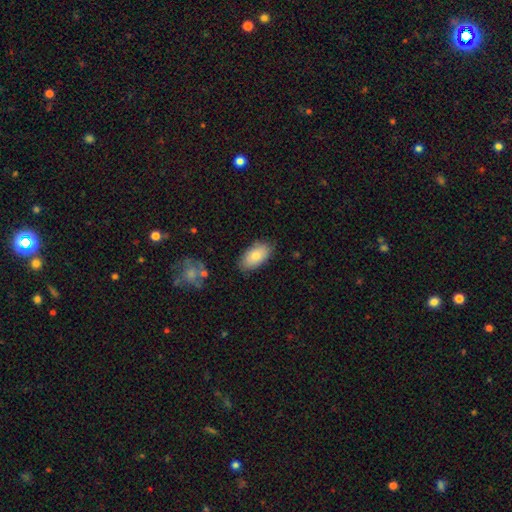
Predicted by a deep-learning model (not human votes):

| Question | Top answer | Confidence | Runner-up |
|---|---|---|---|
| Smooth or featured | smooth | 82% | featured or disk (12%) |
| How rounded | in between | 94% | round (4%) |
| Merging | none | 83% | minor disturbance (12%) |